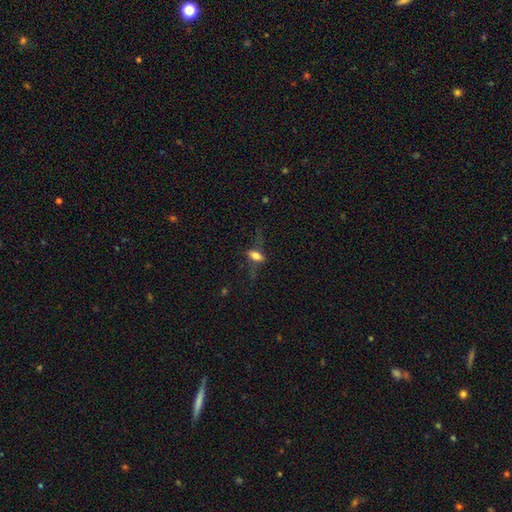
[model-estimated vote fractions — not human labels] Smooth or featured? Predicted: smooth (p=0.55). How rounded? Predicted: in between (p=0.69). Merging? Predicted: none (p=0.61).